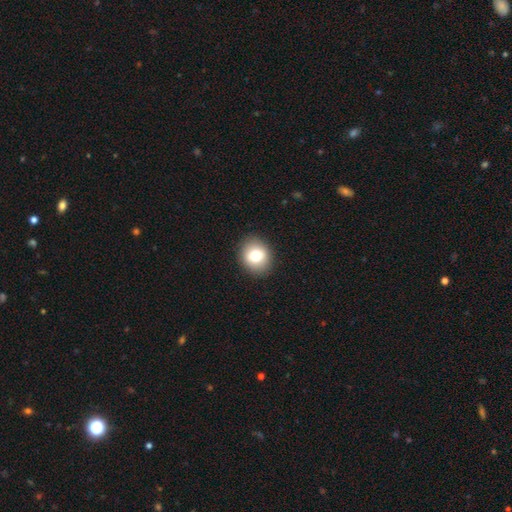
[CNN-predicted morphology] type=smooth (78%); roundness=round (69%); merging=none (91%).